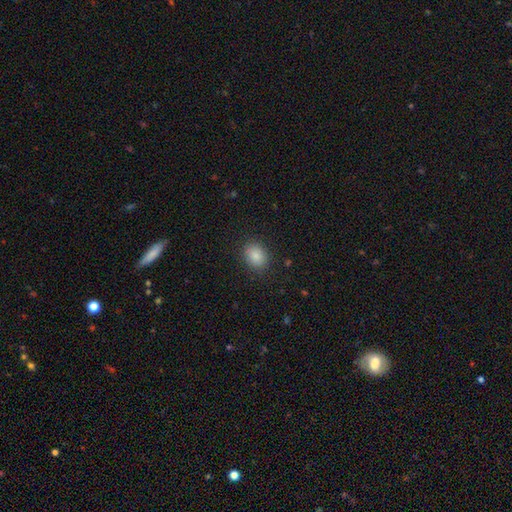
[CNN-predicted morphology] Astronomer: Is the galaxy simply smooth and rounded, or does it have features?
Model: smooth — 87%.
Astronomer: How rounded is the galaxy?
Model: round — 50% (runner-up: in between, 49%).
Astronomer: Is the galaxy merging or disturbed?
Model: none — 86%.